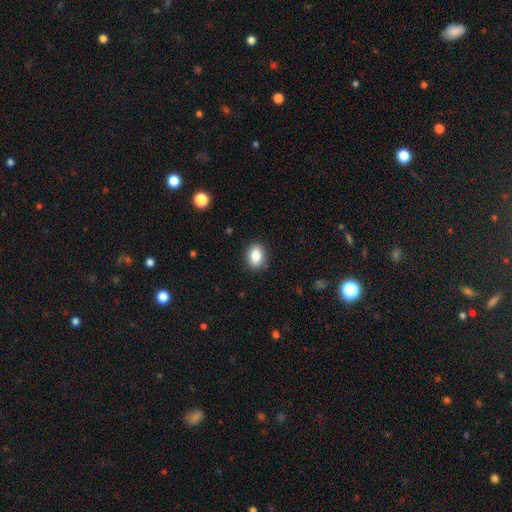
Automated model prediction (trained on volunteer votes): A smooth galaxy with no disk features (85%) that is in between round and cigar-shaped (76%).

Vote fractions:
- Smooth or featured? smooth: 85% / star or artifact: 8% / featured or disk: 7%
- How rounded? in between: 76% / round: 22% / cigar-shaped: 1%
- Merging? none: 87% / minor disturbance: 10% / major disturbance: 2% / merger: 1%